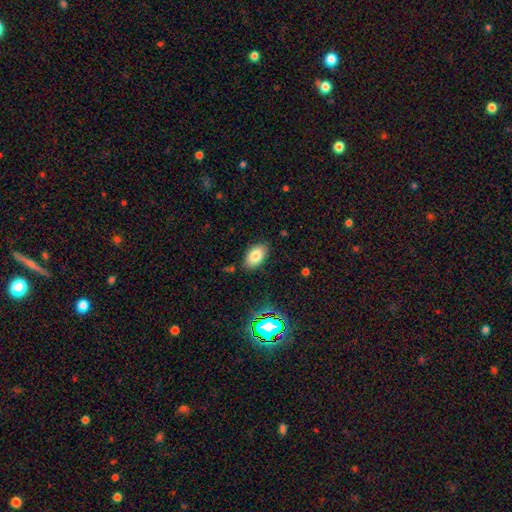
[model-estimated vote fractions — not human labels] A smooth galaxy with no disk features (80%) that is in between round and cigar-shaped (93%). Merging: none (84%).